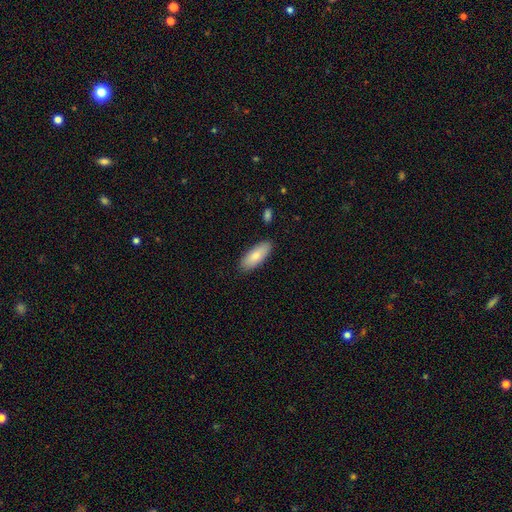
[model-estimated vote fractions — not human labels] Q: Smooth or featured?
A: smooth (81%); runner-up: featured or disk (13%)
Q: How rounded?
A: in between (77%); runner-up: cigar-shaped (21%)
Q: Merging?
A: none (86%); runner-up: minor disturbance (11%)